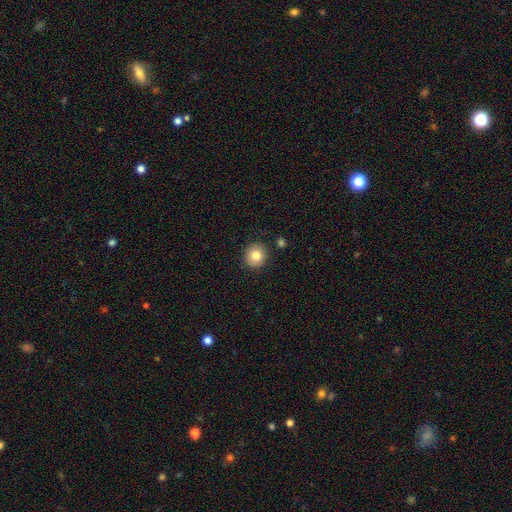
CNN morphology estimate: Overall: smooth (81%). How rounded: round (91%). Merging: none (88%).